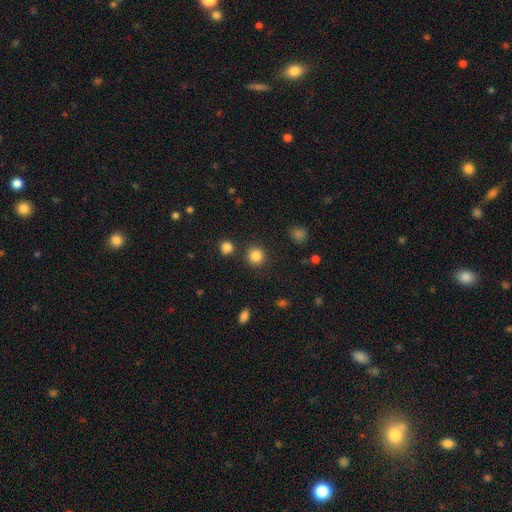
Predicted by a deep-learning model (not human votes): A smooth galaxy with no disk features (85%) that is round (92%).

Vote fractions:
- Smooth or featured? smooth: 85% / star or artifact: 11% / featured or disk: 4%
- How rounded? round: 92% / in between: 7% / cigar-shaped: 1%
- Merging? none: 87% / minor disturbance: 6% / merger: 4% / major disturbance: 3%